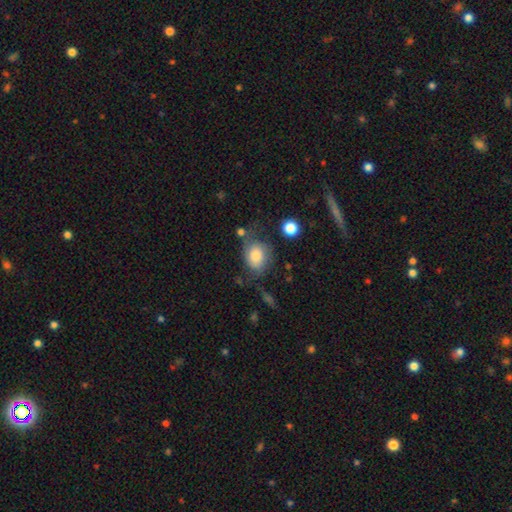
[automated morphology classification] smooth_or_featured: smooth (p=0.75) [alt: featured or disk p=0.16]
how_rounded: in between (p=0.60) [alt: round p=0.39]
merging: none (p=0.49) [alt: minor disturbance p=0.27]